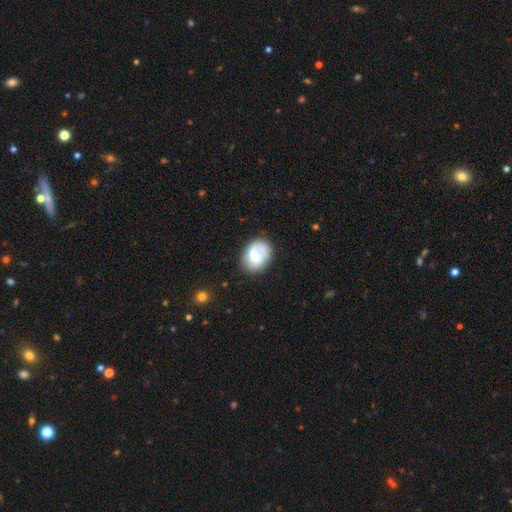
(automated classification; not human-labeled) smooth-or-featured: smooth: 64% | featured or disk: 29% | star or artifact: 7%
  how-rounded: in between: 59% | round: 40% | cigar-shaped: 1%
  merging: none: 69% | minor disturbance: 21% | major disturbance: 7% | merger: 3%